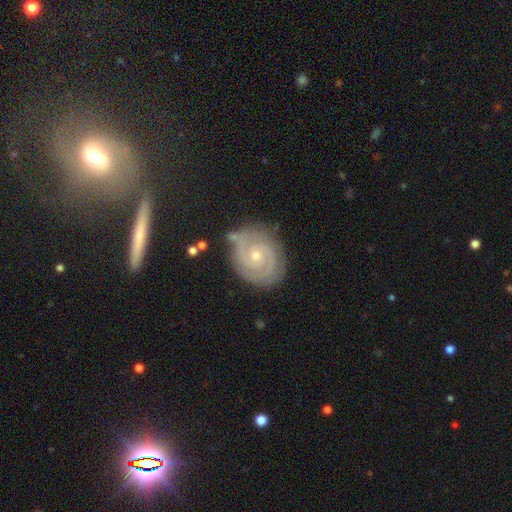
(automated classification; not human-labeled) smooth_or_featured: featured or disk (p=0.87) [alt: smooth p=0.07]
disk_edge_on: no (p=0.98) [alt: yes p=0.02]
bar: no (p=0.68) [alt: weak p=0.27]
has_spiral_arms: yes (p=0.97) [alt: no p=0.03]
spiral_winding: tight (p=0.74) [alt: medium p=0.22]
spiral_arm_count: 2 (p=0.69) [alt: 3 p=0.13]
bulge_size: small (p=0.62) [alt: moderate p=0.35]
merging: none (p=0.78) [alt: minor disturbance p=0.15]